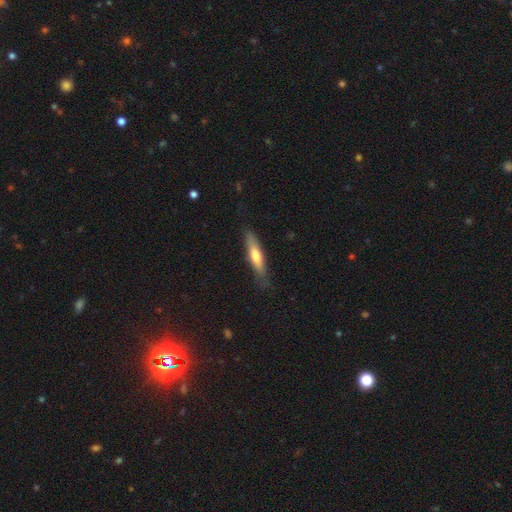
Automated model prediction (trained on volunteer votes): This is likely a smooth galaxy (62%). How rounded: likely cigar-shaped (78%). Merging: likely none (76%).